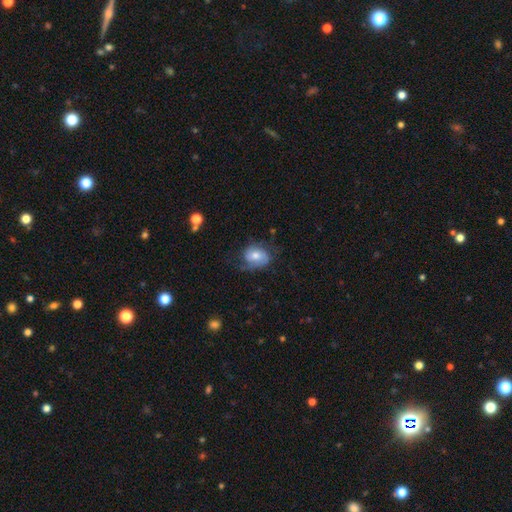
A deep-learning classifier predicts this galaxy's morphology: smooth_or_featured: featured or disk (p=0.50) [alt: smooth p=0.43]
merging: none (p=0.54) [alt: minor disturbance p=0.26]